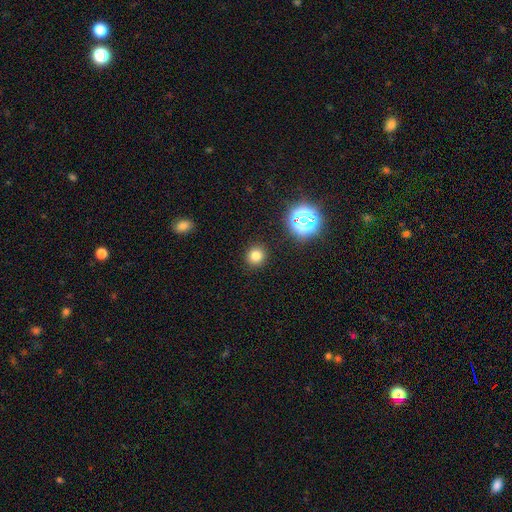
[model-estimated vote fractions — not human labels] Overall: smooth (77%). How rounded: round (91%). Merging: none (91%).